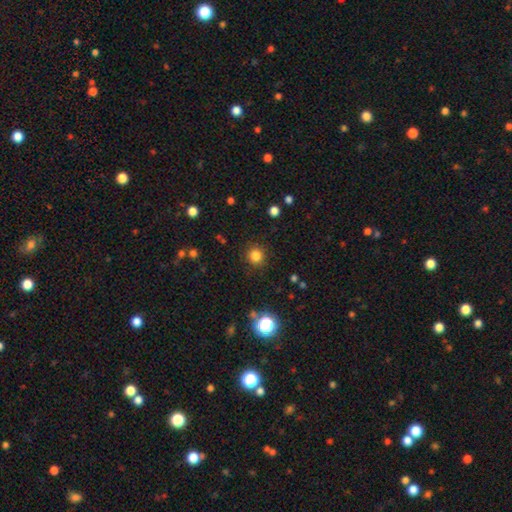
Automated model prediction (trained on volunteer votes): smooth_or_featured: smooth (p=0.82) [alt: star or artifact p=0.14]
how_rounded: round (p=0.94) [alt: in between p=0.05]
merging: none (p=0.90) [alt: minor disturbance p=0.06]